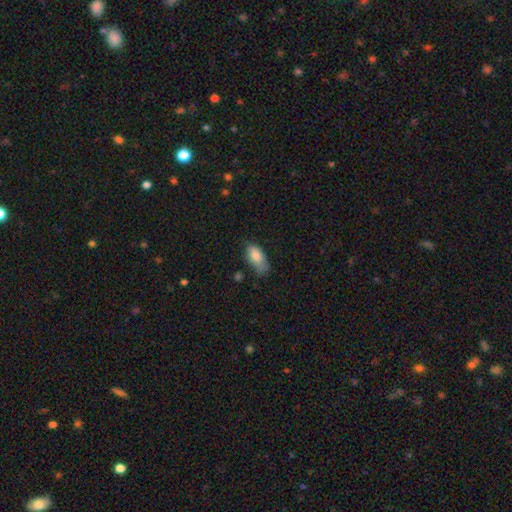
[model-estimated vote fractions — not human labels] A smooth galaxy with no disk features (81%) that is in between round and cigar-shaped (90%).

Vote fractions:
- Smooth or featured? smooth: 81% / featured or disk: 11% / star or artifact: 7%
- How rounded? in between: 90% / cigar-shaped: 7% / round: 4%
- Merging? none: 48% / minor disturbance: 38% / major disturbance: 11% / merger: 3%